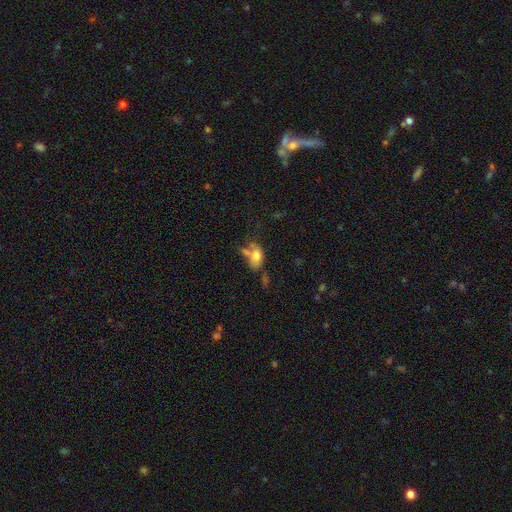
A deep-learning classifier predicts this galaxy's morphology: A smooth galaxy with no disk features (68%) that is in between round and cigar-shaped (83%).

Vote fractions:
- Smooth or featured? smooth: 68% / featured or disk: 22% / star or artifact: 10%
- How rounded? in between: 83% / round: 15% / cigar-shaped: 3%
- Merging? merger: 35% / none: 30% / minor disturbance: 20% / major disturbance: 16%